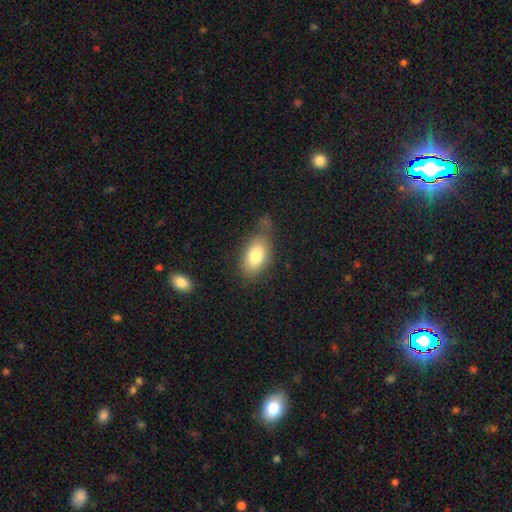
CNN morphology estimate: Overall: smooth (79%). How rounded: in between (88%). Merging: none (59%; minor disturbance 24%).